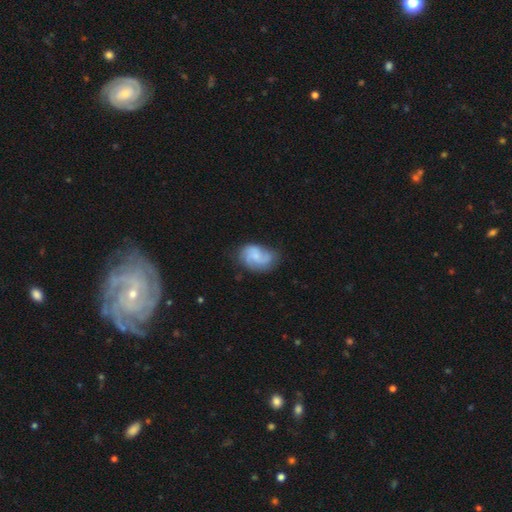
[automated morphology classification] A featured or disk galaxy (62%) with no bar (66%), 2 (39%) medium (46%) spiral arms (92%) and a small central bulge (50%). Merging: none (62%).